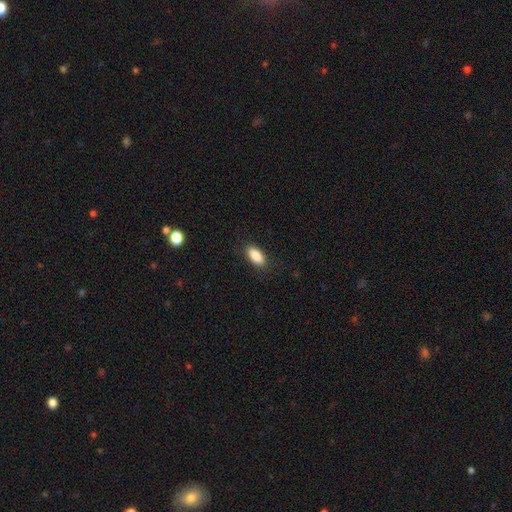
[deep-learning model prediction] The model was most divided on "merging": none: 87%, minor disturbance: 9%, major disturbance: 3%, merger: 1%. More confident: how rounded — in between (90%); smooth or featured — smooth (89%).